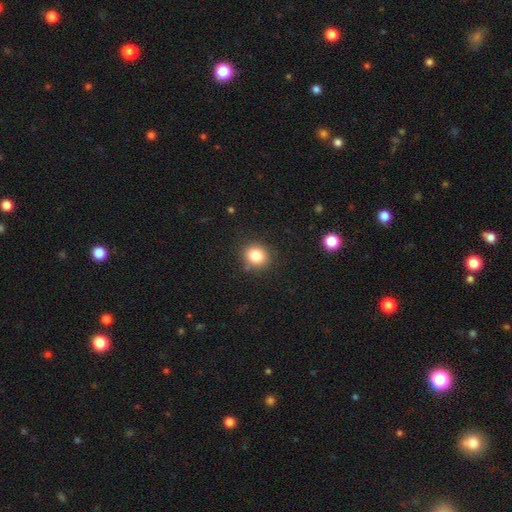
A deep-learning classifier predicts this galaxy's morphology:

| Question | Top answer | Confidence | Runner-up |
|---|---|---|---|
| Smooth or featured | smooth | 82% | star or artifact (11%) |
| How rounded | round | 79% | in between (20%) |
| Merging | none | 86% | minor disturbance (9%) |